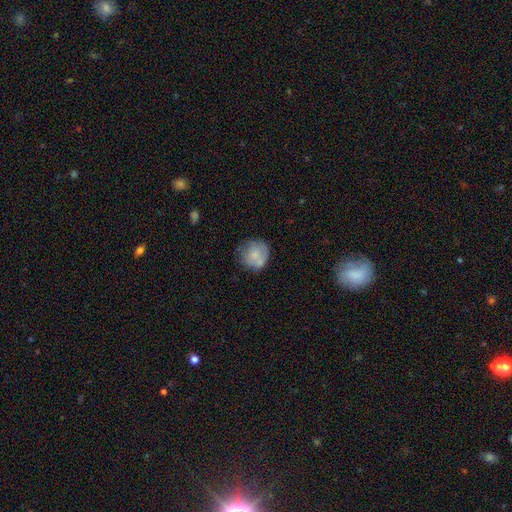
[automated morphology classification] Smooth or featured?
  - smooth: 72% *
  - featured or disk: 21%
  - star or artifact: 7%
How rounded?
  - round: 89% *
  - in between: 10%
  - cigar-shaped: 1%
Merging?
  - none: 61% *
  - minor disturbance: 25%
  - major disturbance: 9%
  - merger: 5%